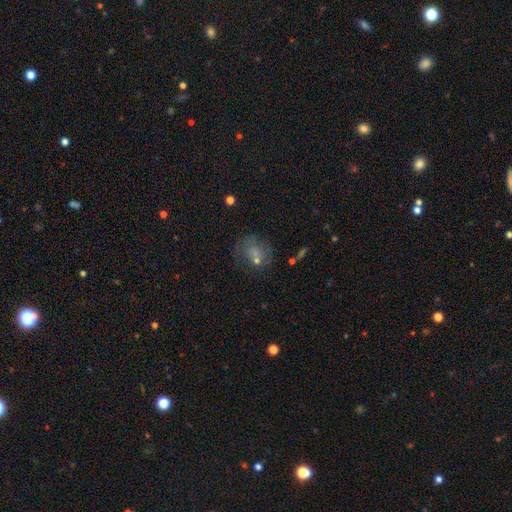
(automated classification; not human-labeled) Smooth or featured? smooth (59%)
How rounded? round (62%)
Merging? none (47%)